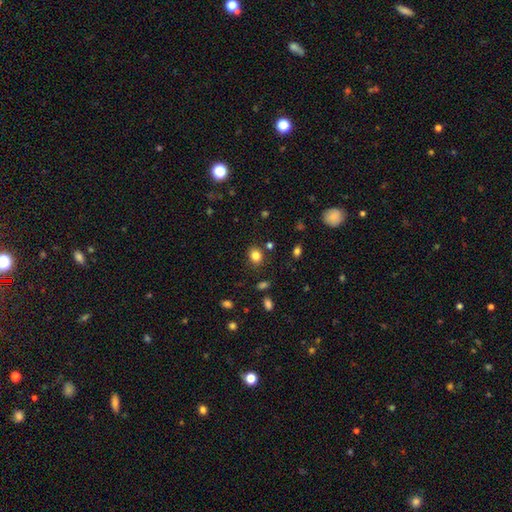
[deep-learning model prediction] Smooth or featured? smooth (82%)
How rounded? round (59%)
Merging? none (83%)